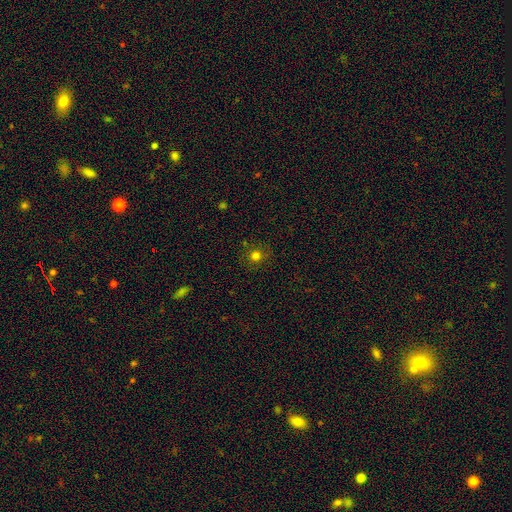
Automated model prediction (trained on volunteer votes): A smooth galaxy with no disk features (76%) that is round (90%).

Vote fractions:
- Smooth or featured? smooth: 76% / star or artifact: 18% / featured or disk: 7%
- How rounded? round: 90% / in between: 9% / cigar-shaped: 1%
- Merging? none: 85% / minor disturbance: 10% / major disturbance: 3% / merger: 2%